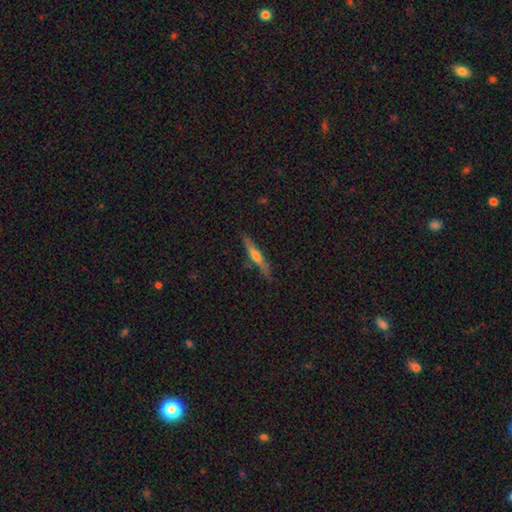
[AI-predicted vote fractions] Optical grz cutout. It shows a featured or disk galaxy (56%) viewed edge-on (96%) with a rounded central bulge (78%). Merging: none (83%).